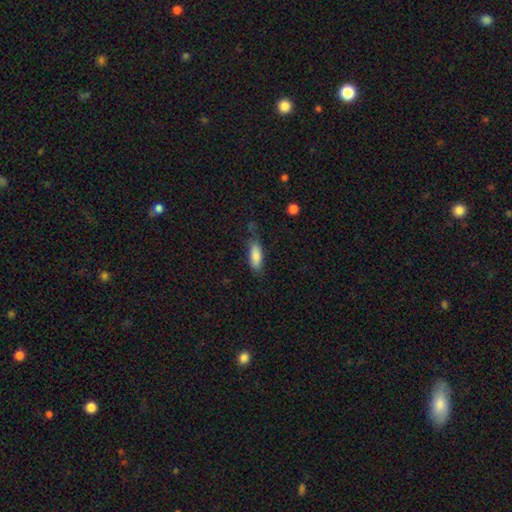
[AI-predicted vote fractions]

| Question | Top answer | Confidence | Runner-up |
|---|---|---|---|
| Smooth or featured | smooth | 84% | featured or disk (9%) |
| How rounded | in between | 74% | cigar-shaped (24%) |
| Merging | none | 63% | minor disturbance (26%) |